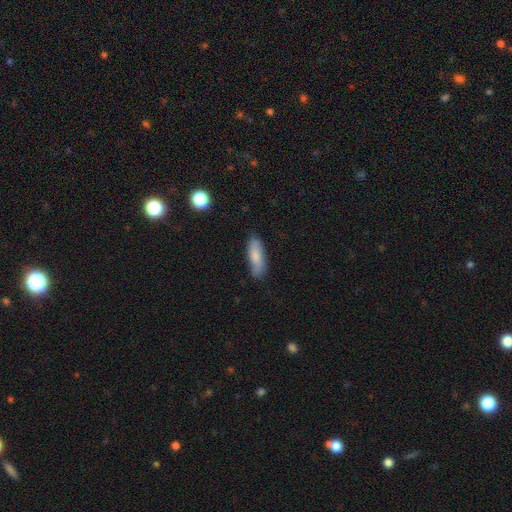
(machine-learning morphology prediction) Smooth or featured: smooth — 77% (featured or disk — 16%)
How rounded: in between — 64% (cigar-shaped — 34%)
Merging: none — 74% (minor disturbance — 20%)